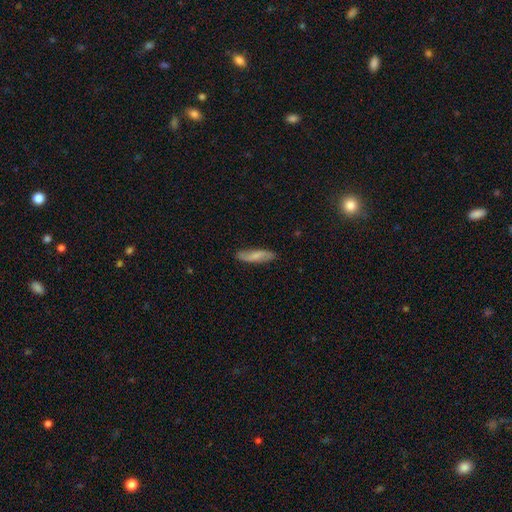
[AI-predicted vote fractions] smooth 60%, featured or disk 34%, star or artifact 6%. Down the decision tree: how rounded — cigar-shaped (65%); merging — none (85%).